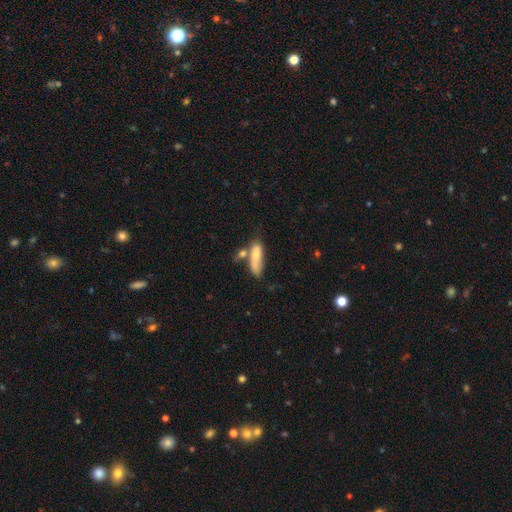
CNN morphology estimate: Q: Smooth or featured?
A: smooth (73%); runner-up: featured or disk (20%)
Q: How rounded?
A: cigar-shaped (49%); runner-up: in between (48%)
Q: Merging?
A: none (39%); runner-up: merger (32%)